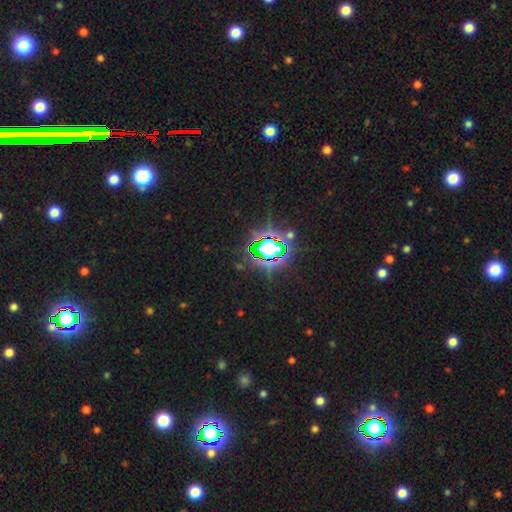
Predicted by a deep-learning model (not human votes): This is clearly a star or artifact rather than a galaxy (80%).